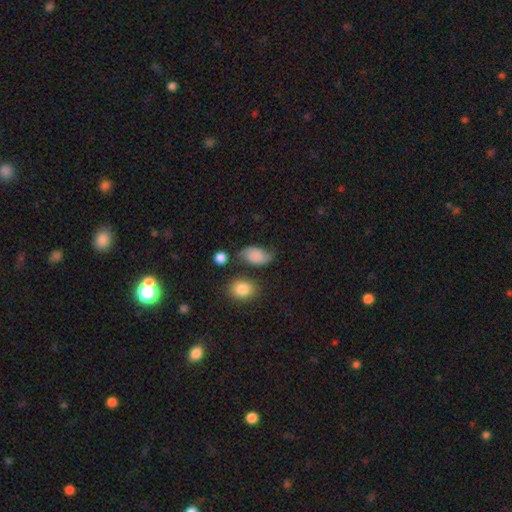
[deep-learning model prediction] Overall: smooth (67%). How rounded: in between (86%). Merging: none (56%; minor disturbance 27%).